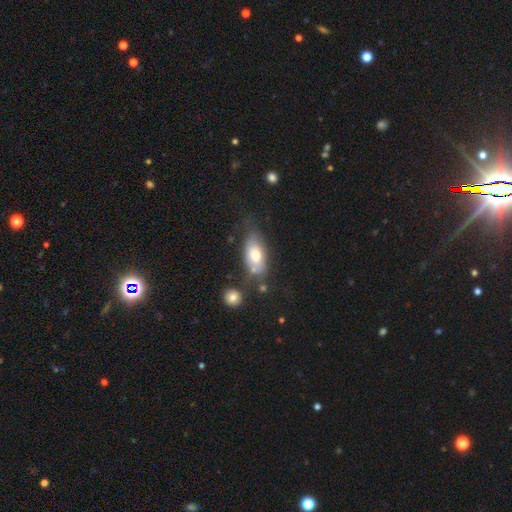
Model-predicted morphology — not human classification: Q: Smooth or featured?
A: smooth (70%); runner-up: featured or disk (23%)
Q: How rounded?
A: in between (88%); runner-up: cigar-shaped (7%)
Q: Merging?
A: none (53%); runner-up: minor disturbance (24%)